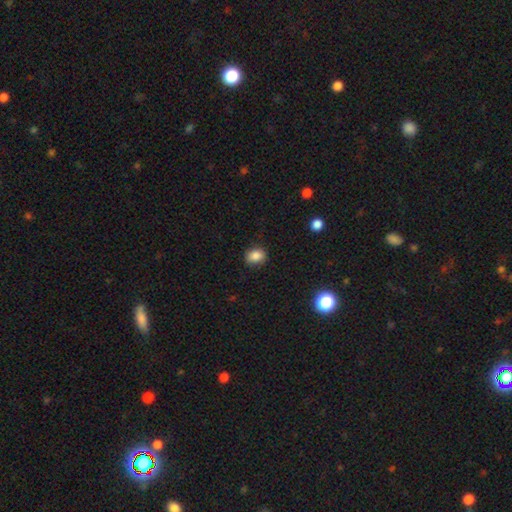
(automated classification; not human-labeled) A smooth galaxy with no disk features (86%) that is in between round and cigar-shaped (52%).

Vote fractions:
- Smooth or featured? smooth: 86% / star or artifact: 10% / featured or disk: 5%
- How rounded? in between: 52% / round: 47% / cigar-shaped: 1%
- Merging? none: 85% / minor disturbance: 12% / major disturbance: 3% / merger: 1%